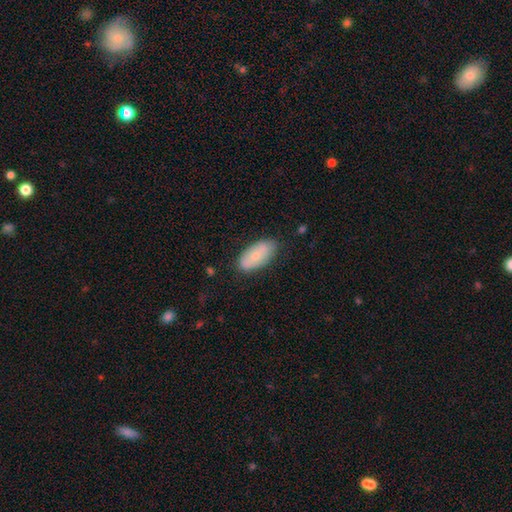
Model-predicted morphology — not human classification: Smooth or featured: smooth — 66% (featured or disk — 28%)
How rounded: in between — 92% (cigar-shaped — 5%)
Merging: none — 78% (minor disturbance — 17%)